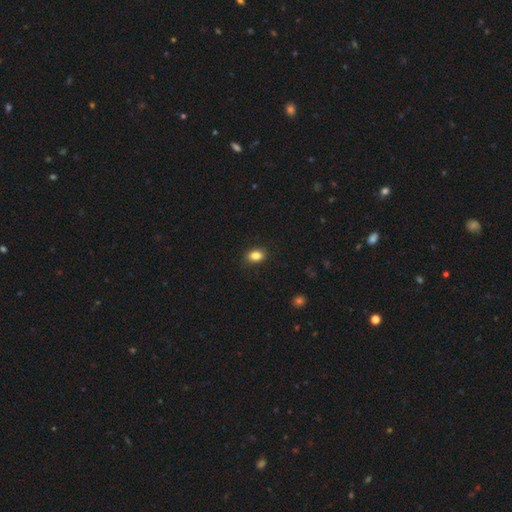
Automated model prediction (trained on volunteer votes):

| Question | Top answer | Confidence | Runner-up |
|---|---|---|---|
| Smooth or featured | smooth | 85% | star or artifact (9%) |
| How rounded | in between | 78% | round (21%) |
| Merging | none | 88% | minor disturbance (9%) |